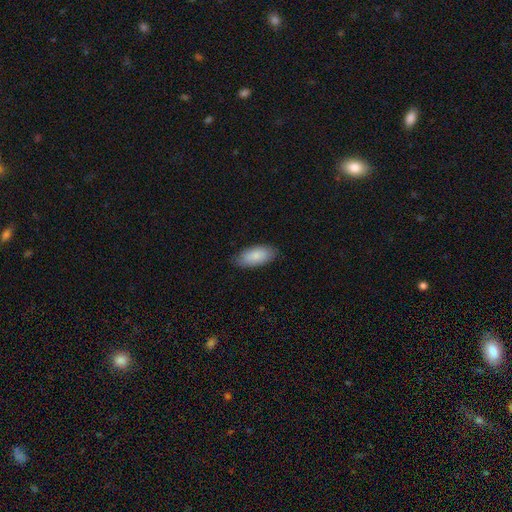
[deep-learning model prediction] smooth_or_featured: smooth (p=0.87) [alt: featured or disk p=0.08]
how_rounded: in between (p=0.90) [alt: cigar-shaped p=0.08]
merging: none (p=0.84) [alt: minor disturbance p=0.13]